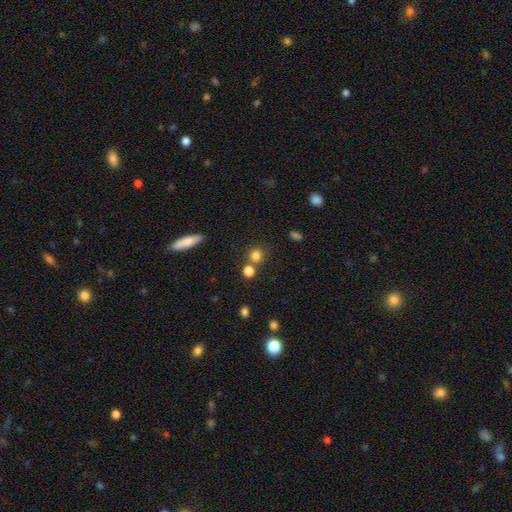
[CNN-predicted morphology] A smooth galaxy with no disk features (79%) that is round (84%). Merging: none (64%).